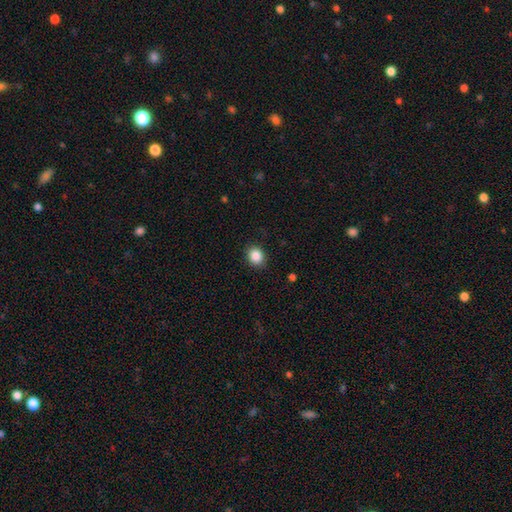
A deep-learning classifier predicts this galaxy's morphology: Smooth or featured? smooth (87%)
How rounded? round (64%)
Merging? none (88%)